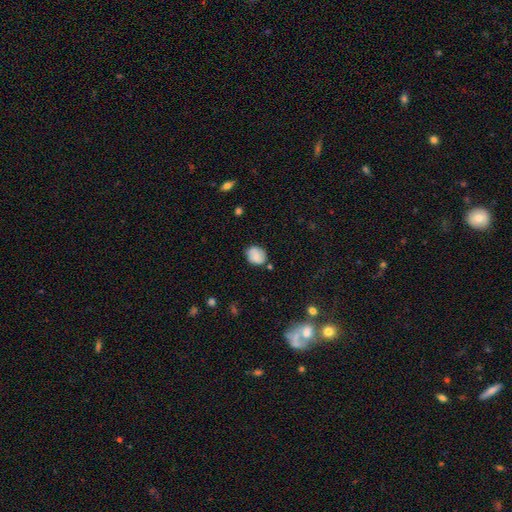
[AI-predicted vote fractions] This is likely a smooth galaxy (77%). How rounded: possibly round (51%). Merging: likely none (69%).